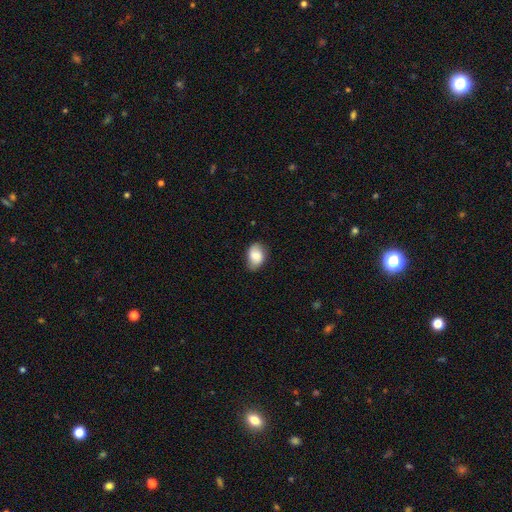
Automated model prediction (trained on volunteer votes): Overall: smooth (79%). How rounded: in between (81%). Merging: none (69%).